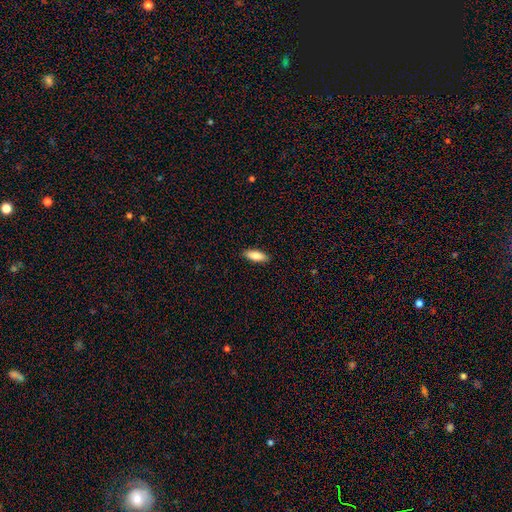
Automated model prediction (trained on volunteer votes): Smooth or featured? smooth (85%)
How rounded? in between (74%)
Merging? none (89%)